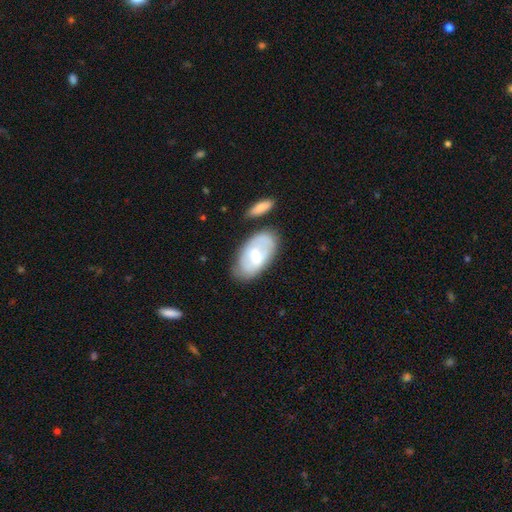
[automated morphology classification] Overall: smooth (48%; featured or disk 46%). Merging: none (63%).